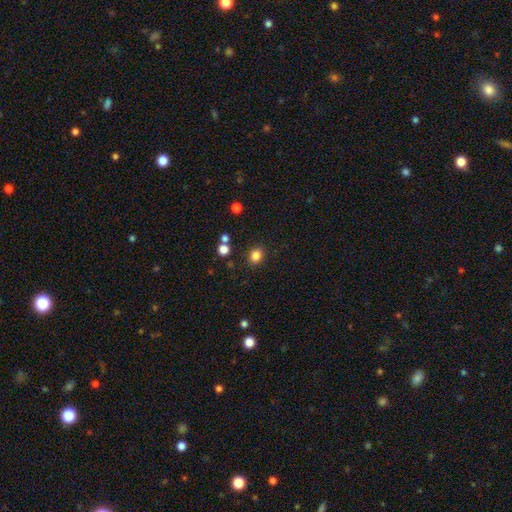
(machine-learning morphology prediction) The model was most divided on "how rounded": round: 66%, in between: 33%, cigar-shaped: 1%. More confident: merging — none (86%); smooth or featured — smooth (83%).